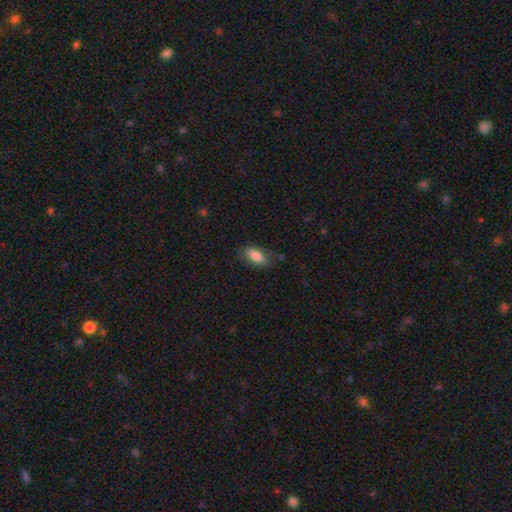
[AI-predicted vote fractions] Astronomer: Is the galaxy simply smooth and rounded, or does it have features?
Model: smooth — 82%.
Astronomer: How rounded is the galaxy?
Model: in between — 86%.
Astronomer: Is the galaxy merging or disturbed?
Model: none — 72%.